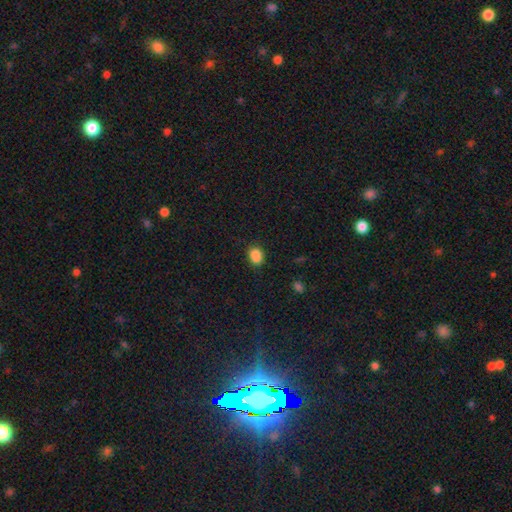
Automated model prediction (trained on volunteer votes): Smooth or featured? smooth (87%)
How rounded? in between (61%)
Merging? none (82%)